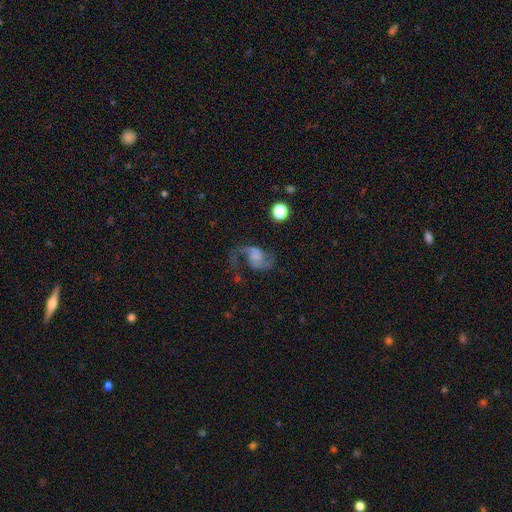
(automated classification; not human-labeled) Overall: featured or disk (76%). Edge-on disk: no (98%). Bar: no (62%; weak 30%). Spiral arms: yes (93%). Spiral arm count: 2 (86%). Spiral winding: loose (70%). Bulge size: none (56%; small 18%). Merging: none (51%; major disturbance 27%).